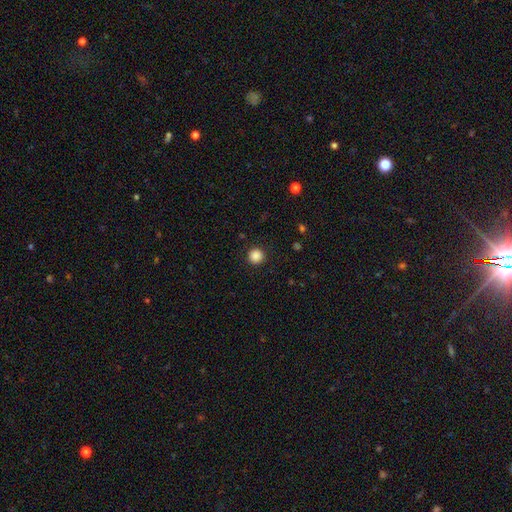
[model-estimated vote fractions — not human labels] Smooth or featured? Predicted: smooth (p=0.87). How rounded? Predicted: round (p=0.95). Merging? Predicted: none (p=0.92).